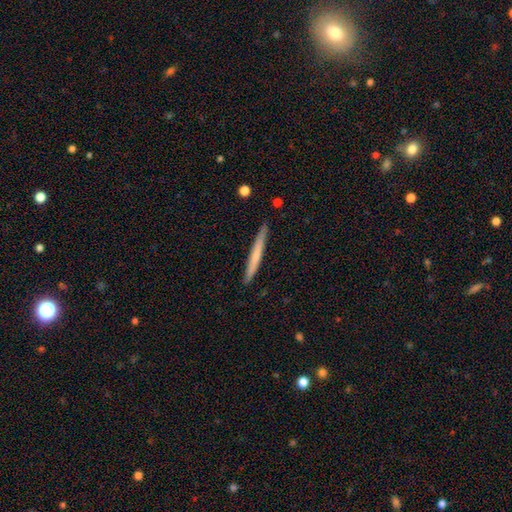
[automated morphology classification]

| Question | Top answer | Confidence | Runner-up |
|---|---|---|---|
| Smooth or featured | smooth | 59% | featured or disk (36%) |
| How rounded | cigar-shaped | 97% | in between (2%) |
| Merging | none | 90% | minor disturbance (7%) |